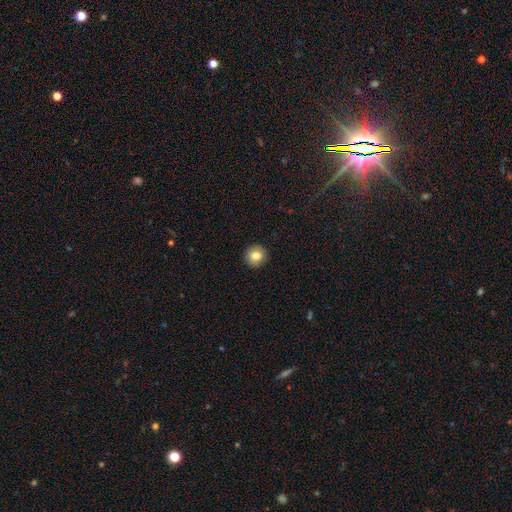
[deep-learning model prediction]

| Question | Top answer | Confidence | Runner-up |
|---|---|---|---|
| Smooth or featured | smooth | 81% | featured or disk (9%) |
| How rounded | round | 92% | in between (7%) |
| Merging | none | 91% | minor disturbance (6%) |